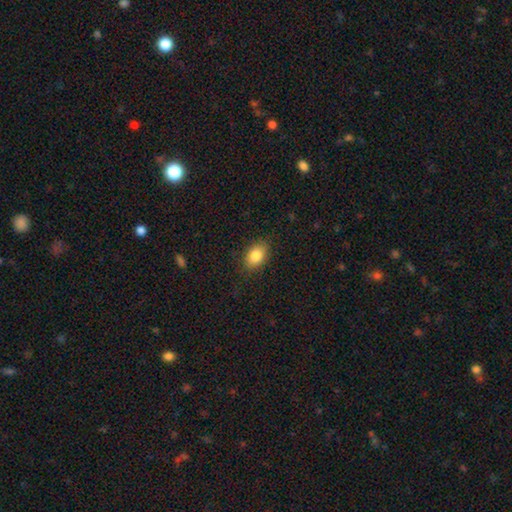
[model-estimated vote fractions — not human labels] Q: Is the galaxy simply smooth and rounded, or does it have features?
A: smooth — 85%.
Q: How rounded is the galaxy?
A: in between — 78%.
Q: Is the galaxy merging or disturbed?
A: none — 84%.